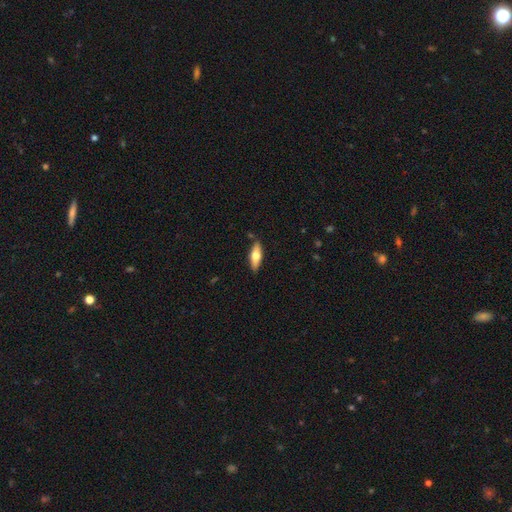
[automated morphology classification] This is possibly a smooth galaxy (58%). How rounded: possibly in between (53%). Merging: clearly none (86%).